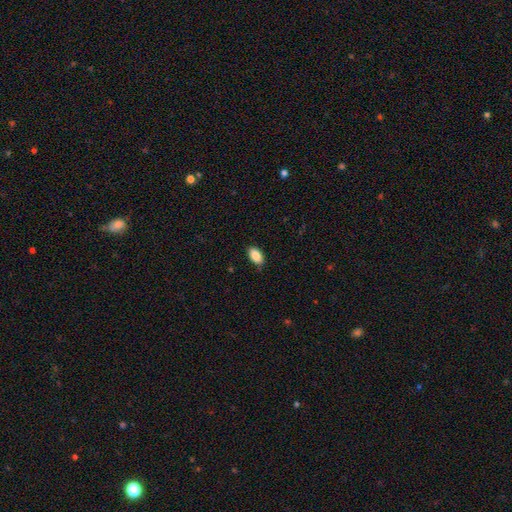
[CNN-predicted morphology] A smooth galaxy with no disk features (88%) that is in between round and cigar-shaped (93%).

Vote fractions:
- Smooth or featured? smooth: 88% / star or artifact: 7% / featured or disk: 5%
- How rounded? in between: 93% / round: 4% / cigar-shaped: 3%
- Merging? none: 85% / minor disturbance: 12% / major disturbance: 2% / merger: 1%